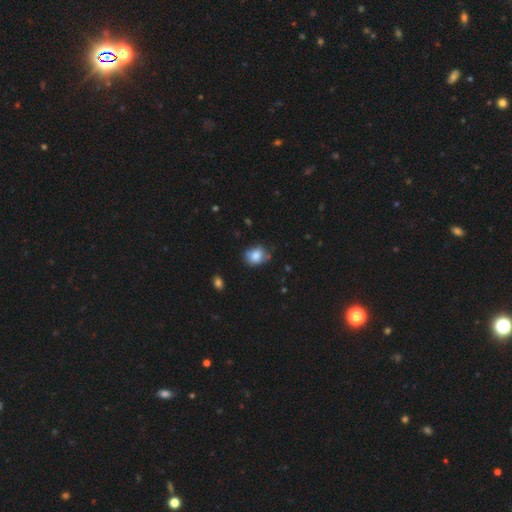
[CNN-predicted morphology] smooth_or_featured: smooth (p=0.80) [alt: featured or disk p=0.11]
how_rounded: round (p=0.56) [alt: in between p=0.43]
merging: none (p=0.67) [alt: minor disturbance p=0.24]